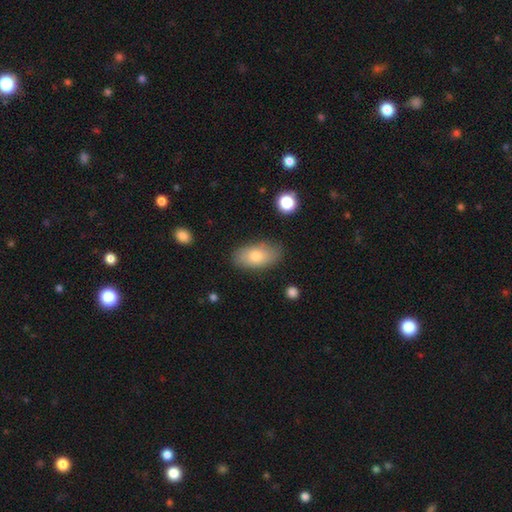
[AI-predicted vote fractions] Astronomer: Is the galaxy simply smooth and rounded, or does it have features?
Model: smooth — 75%.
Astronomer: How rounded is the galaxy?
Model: in between — 92%.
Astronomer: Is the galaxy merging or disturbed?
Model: none — 81%.